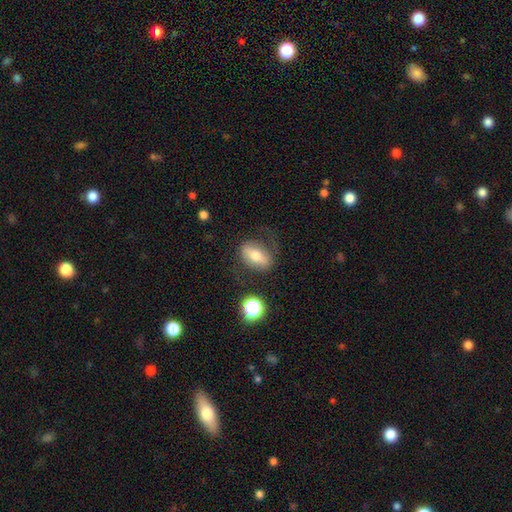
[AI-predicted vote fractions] Smooth or featured: smooth — 50% (featured or disk — 40%)
How rounded: in between — 80% (round — 13%)
Merging: none — 63% (minor disturbance — 19%)